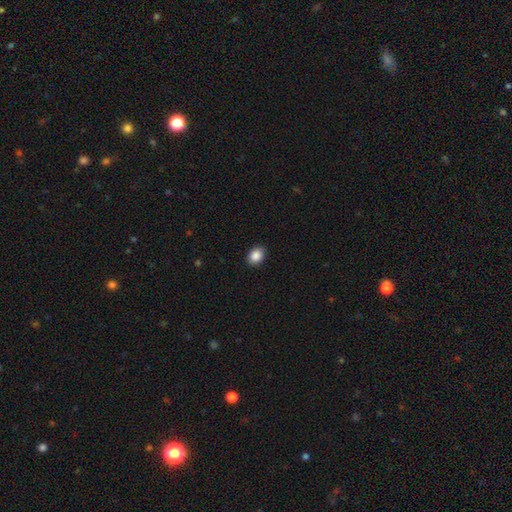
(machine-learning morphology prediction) Smooth or featured: smooth — 88% (star or artifact — 8%)
How rounded: in between — 62% (round — 37%)
Merging: none — 90% (minor disturbance — 7%)